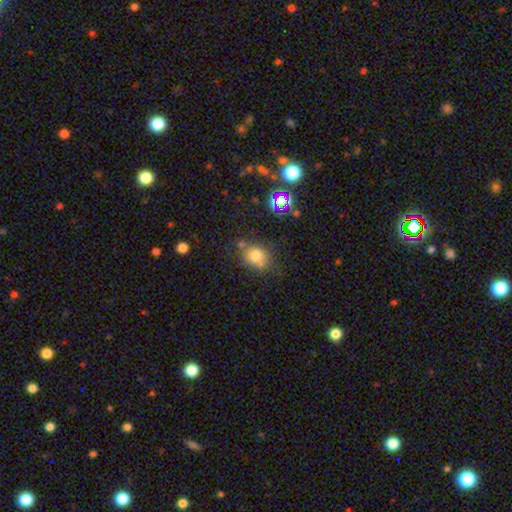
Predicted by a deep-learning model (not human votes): The model was most divided on "how rounded": round: 61%, in between: 38%, cigar-shaped: 1%. More confident: smooth or featured — smooth (73%); merging — none (60%).